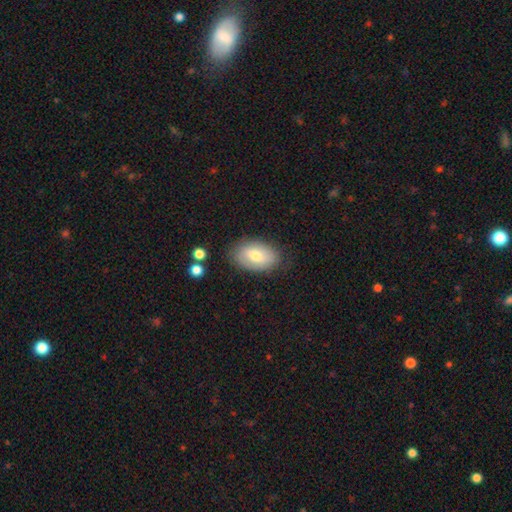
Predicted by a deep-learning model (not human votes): The model was most divided on "smooth or featured": smooth: 70%, featured or disk: 23%, star or artifact: 7%. More confident: how rounded — in between (91%); merging — none (79%).